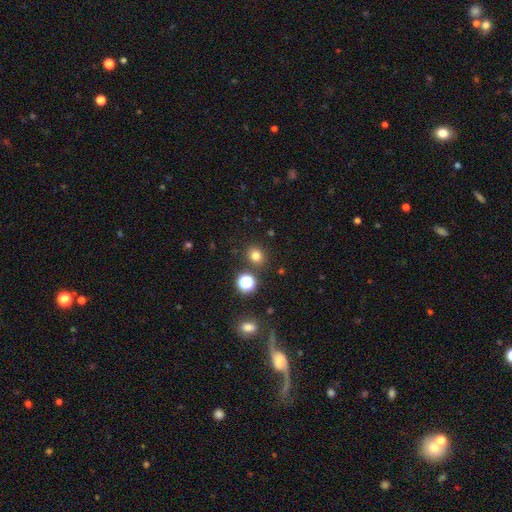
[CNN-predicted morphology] Q: Smooth or featured?
A: smooth (76%); runner-up: star or artifact (18%)
Q: How rounded?
A: round (77%); runner-up: in between (22%)
Q: Merging?
A: none (86%); runner-up: minor disturbance (7%)